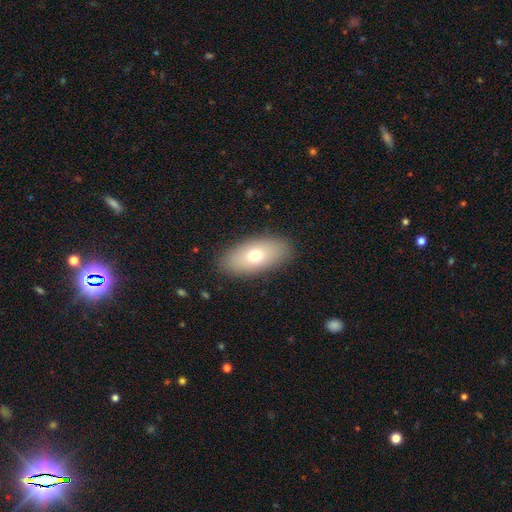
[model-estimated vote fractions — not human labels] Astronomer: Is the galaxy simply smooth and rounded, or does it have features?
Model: smooth — 68%.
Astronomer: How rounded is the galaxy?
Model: in between — 88%.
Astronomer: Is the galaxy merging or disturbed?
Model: none — 88%.